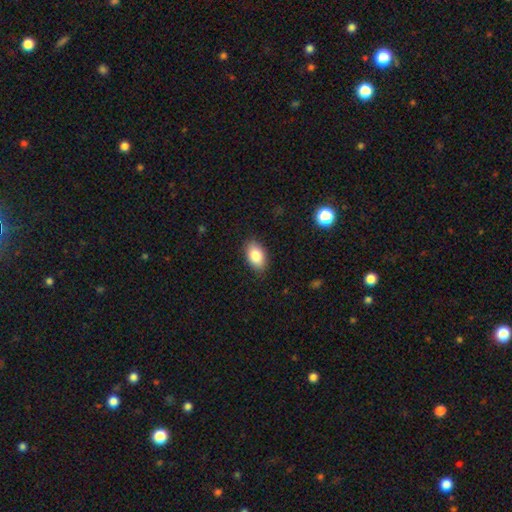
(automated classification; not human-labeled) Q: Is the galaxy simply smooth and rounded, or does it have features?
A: smooth — 86%.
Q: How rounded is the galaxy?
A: in between — 92%.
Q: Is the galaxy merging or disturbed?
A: none — 86%.